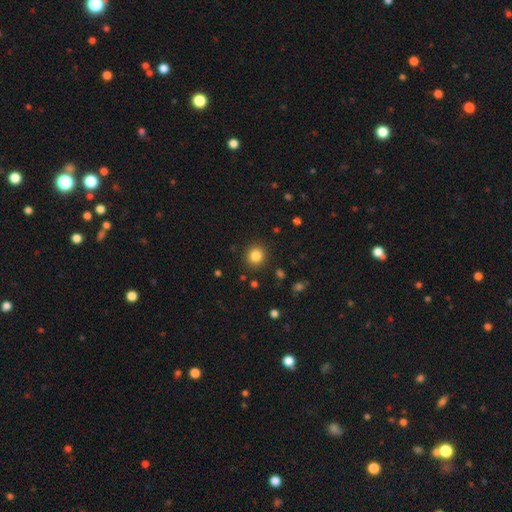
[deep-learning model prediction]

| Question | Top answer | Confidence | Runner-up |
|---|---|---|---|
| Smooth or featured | smooth | 83% | star or artifact (12%) |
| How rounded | round | 89% | in between (10%) |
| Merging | none | 90% | minor disturbance (6%) |